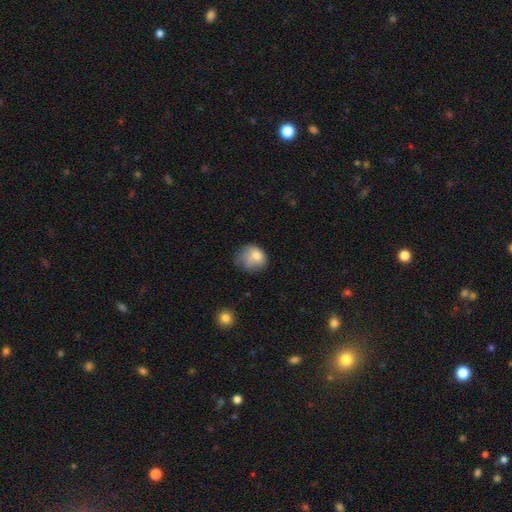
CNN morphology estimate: type=smooth (77%); roundness=round (60%); merging=minor disturbance (38%).